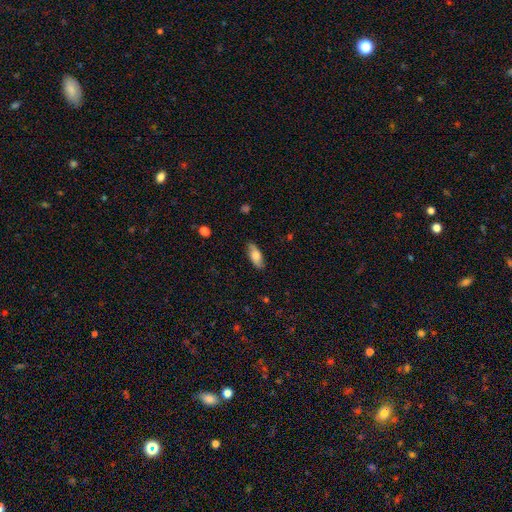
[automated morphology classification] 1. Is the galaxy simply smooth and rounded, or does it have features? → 77% smooth, 17% featured or disk, 6% star or artifact.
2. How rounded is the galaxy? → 79% in between, 19% cigar-shaped, 2% round.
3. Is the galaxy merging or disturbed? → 85% none, 12% minor disturbance, 2% major disturbance, 1% merger.